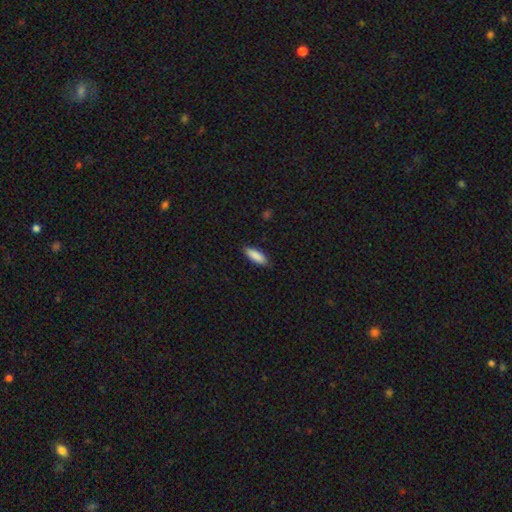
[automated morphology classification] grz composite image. It shows a smooth galaxy with no disk features (89%) that is in between round and cigar-shaped (58%). Merging: none (88%).